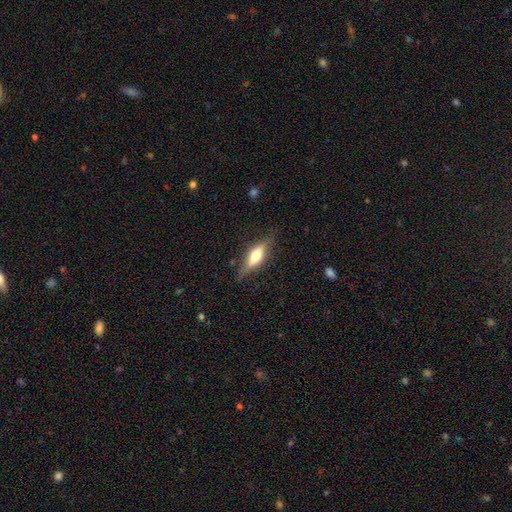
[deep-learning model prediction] Smooth or featured?
  - featured or disk: 48% *
  - smooth: 45%
  - star or artifact: 7%
Merging?
  - none: 77% *
  - minor disturbance: 17%
  - major disturbance: 4%
  - merger: 2%